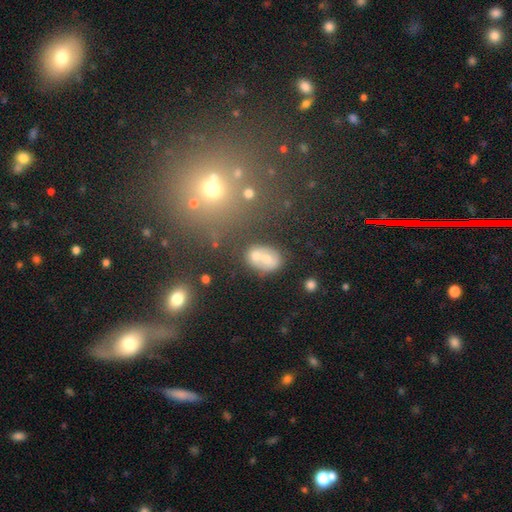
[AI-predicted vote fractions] smooth_or_featured: smooth (p=0.61) [alt: featured or disk p=0.27]
how_rounded: in between (p=0.58) [alt: round p=0.41]
merging: merger (p=0.55) [alt: none p=0.30]